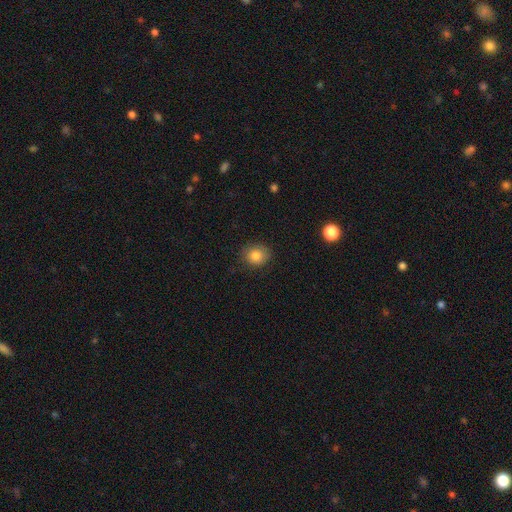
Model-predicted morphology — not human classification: Q: Smooth or featured?
A: smooth (83%); runner-up: star or artifact (10%)
Q: How rounded?
A: round (72%); runner-up: in between (27%)
Q: Merging?
A: none (84%); runner-up: minor disturbance (12%)